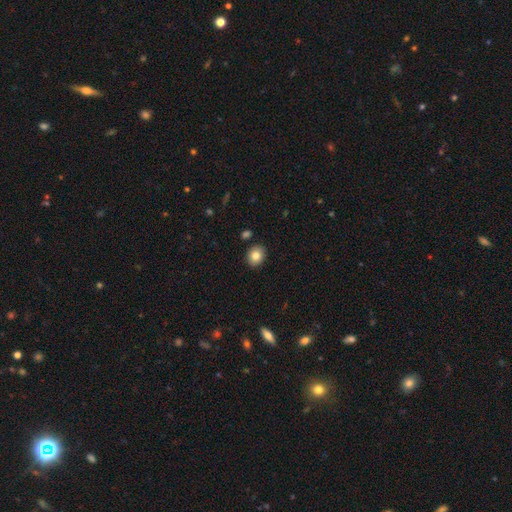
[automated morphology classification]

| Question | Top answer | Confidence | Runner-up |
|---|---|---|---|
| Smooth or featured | smooth | 83% | star or artifact (9%) |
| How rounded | round | 61% | in between (38%) |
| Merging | none | 88% | minor disturbance (8%) |